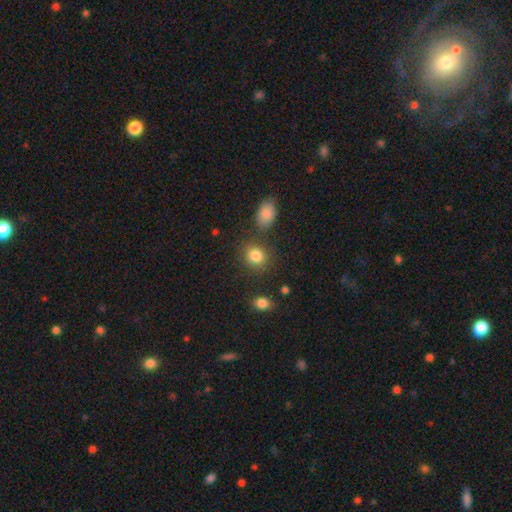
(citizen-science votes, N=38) This appears to be a smooth galaxy with no disk features (89%) that is round (85%). Merging: none (74%).